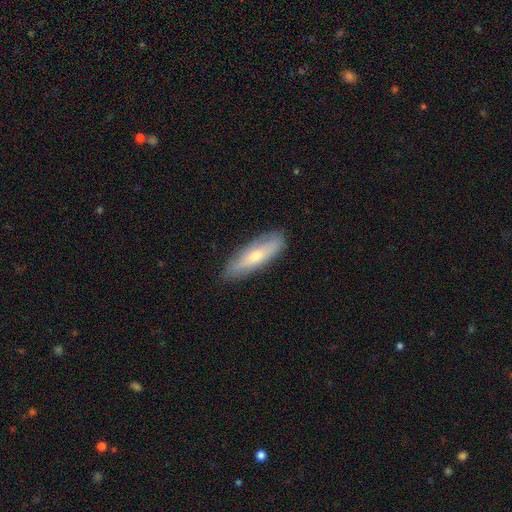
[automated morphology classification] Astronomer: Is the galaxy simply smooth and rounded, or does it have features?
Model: smooth — 47% (runner-up: featured or disk, 44%).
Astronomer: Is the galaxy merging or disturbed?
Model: none — 86%.